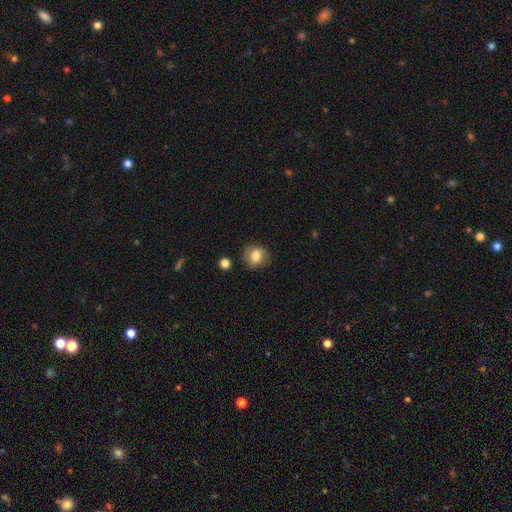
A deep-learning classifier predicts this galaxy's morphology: Smooth or featured? Predicted: smooth (p=0.81). How rounded? Predicted: round (p=0.65). Merging? Predicted: none (p=0.80).